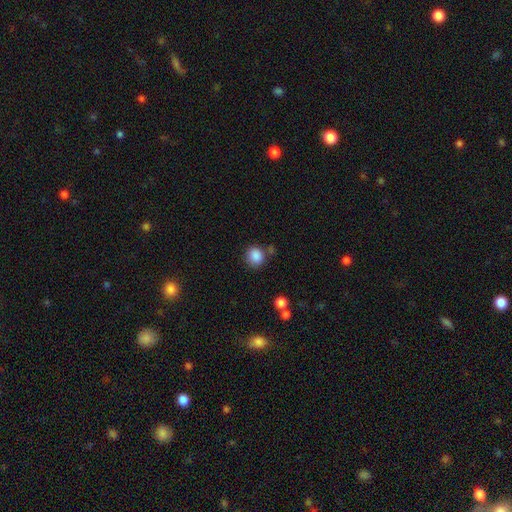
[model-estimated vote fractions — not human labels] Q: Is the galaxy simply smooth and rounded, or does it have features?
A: smooth — 87%.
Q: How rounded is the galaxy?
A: round — 80%.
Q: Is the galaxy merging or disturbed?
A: none — 74%.